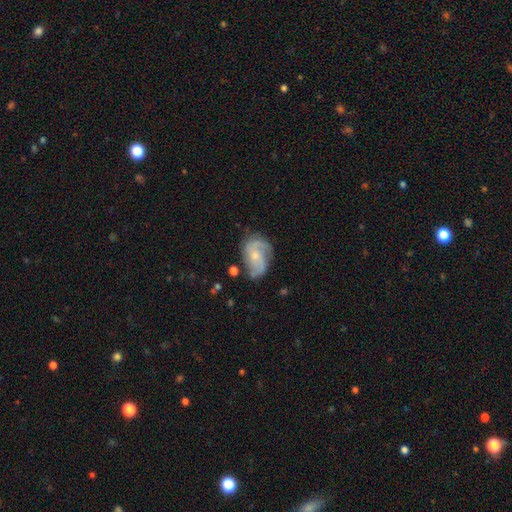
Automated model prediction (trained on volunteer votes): A featured or disk galaxy (79%) with no bar (68%), 2 (49%) medium (46%) spiral arms (94%) and a small central bulge (63%).

Vote fractions:
- Smooth or featured? featured or disk: 79% / smooth: 14% / star or artifact: 7%
- Edge-on disk? no: 97% / yes: 3%
- Bar? no: 68% / weak: 27% / strong: 5%
- Spiral arms? yes: 94% / no: 6%
- Spiral winding? medium: 46% / tight: 27% / loose: 27%
- Spiral arm count? 2: 49% / 3: 26% / can't tell: 13% / 1: 5% / 4: 4% / more than 4: 3%
- Bulge size? small: 63% / moderate: 31% / none: 3% / large: 1% / dominant: 1%
- Merging? none: 61% / minor disturbance: 24% / major disturbance: 12% / merger: 3%